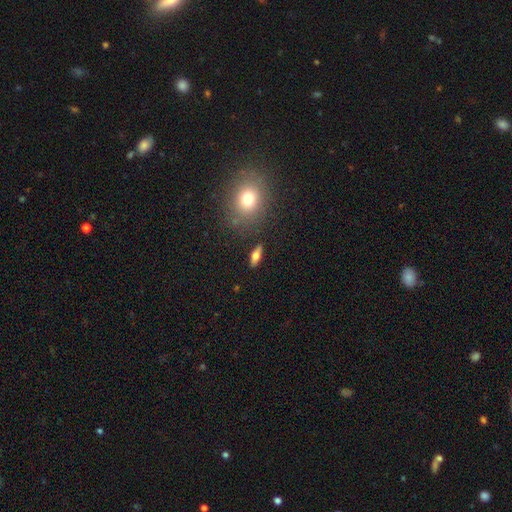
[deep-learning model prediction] This is possibly a smooth galaxy (59%). How rounded: likely in between (63%). Merging: clearly none (86%).